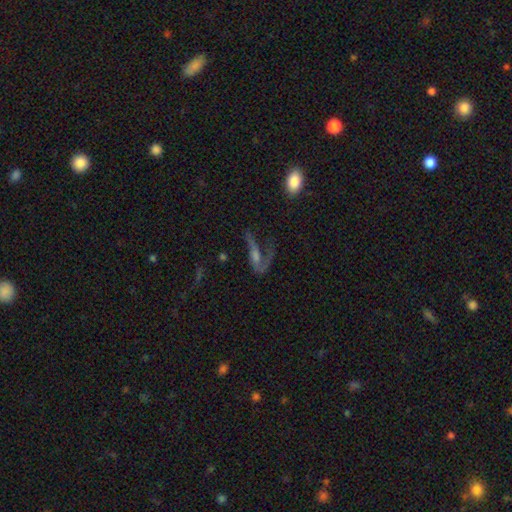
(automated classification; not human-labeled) Smooth or featured: featured or disk — 67% (smooth — 20%)
Edge-on disk: no — 86% (yes — 14%)
Bar: no — 53% (weak — 28%)
Spiral arms: yes — 78% (no — 22%)
Bulge size: small — 39% (moderate — 32%)
Merging: major disturbance — 46% (none — 34%)